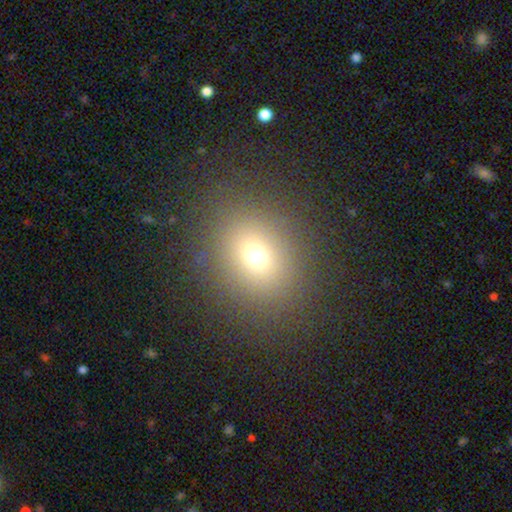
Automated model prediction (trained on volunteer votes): Smooth or featured?
  - smooth: 70% *
  - star or artifact: 19%
  - featured or disk: 11%
How rounded?
  - round: 65% *
  - in between: 34%
  - cigar-shaped: 1%
Merging?
  - none: 86% *
  - minor disturbance: 8%
  - major disturbance: 5%
  - merger: 1%